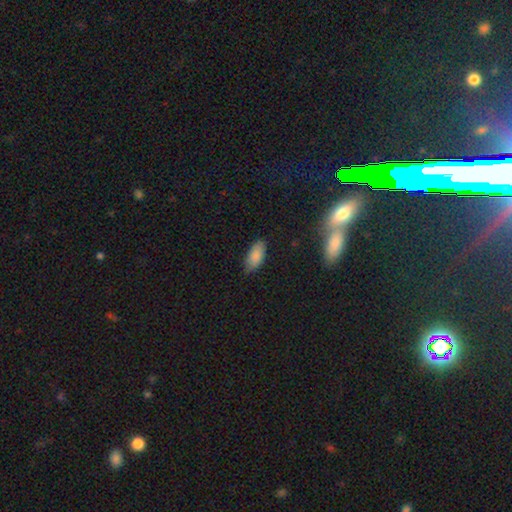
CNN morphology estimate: smooth 85%, star or artifact 7%, featured or disk 7%. Down the decision tree: how rounded — in between (90%); merging — none (76%).